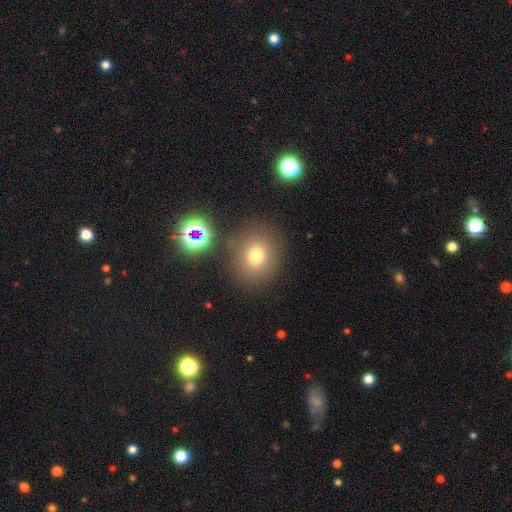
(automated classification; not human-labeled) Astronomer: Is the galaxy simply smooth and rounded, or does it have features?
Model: smooth — 73%.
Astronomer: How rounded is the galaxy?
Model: round — 82%.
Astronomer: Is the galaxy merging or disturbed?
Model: none — 81%.